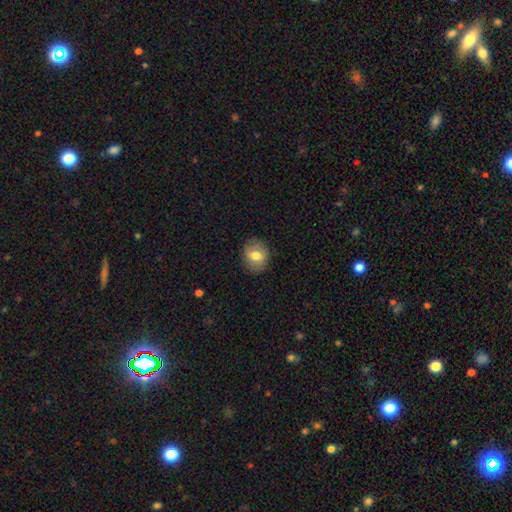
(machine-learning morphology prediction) smooth 72%, featured or disk 20%, star or artifact 9%. Down the decision tree: how rounded — round (63%); merging — none (85%).